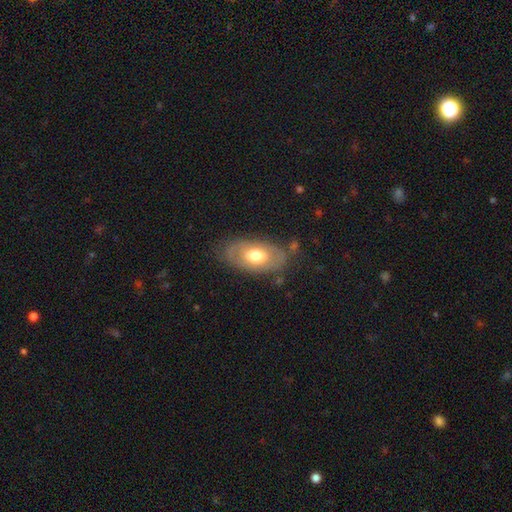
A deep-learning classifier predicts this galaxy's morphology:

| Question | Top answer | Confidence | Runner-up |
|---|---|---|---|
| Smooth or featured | featured or disk | 47% | tied: smooth (47%) |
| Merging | none | 72% | minor disturbance (18%) |